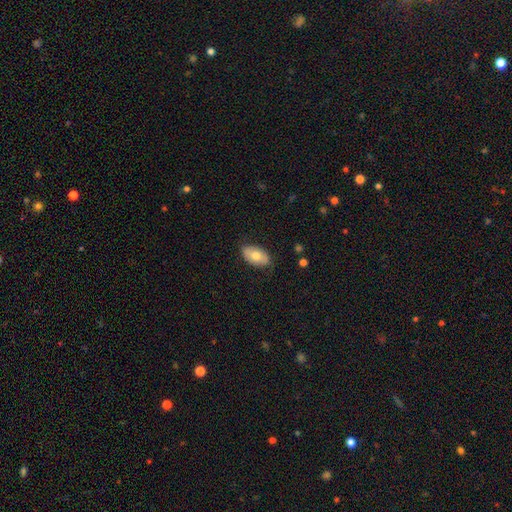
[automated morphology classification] smooth-or-featured: smooth: 70% | featured or disk: 24% | star or artifact: 6%
  how-rounded: in between: 93% | round: 5% | cigar-shaped: 2%
  merging: none: 82% | minor disturbance: 15% | major disturbance: 3% | merger: 1%